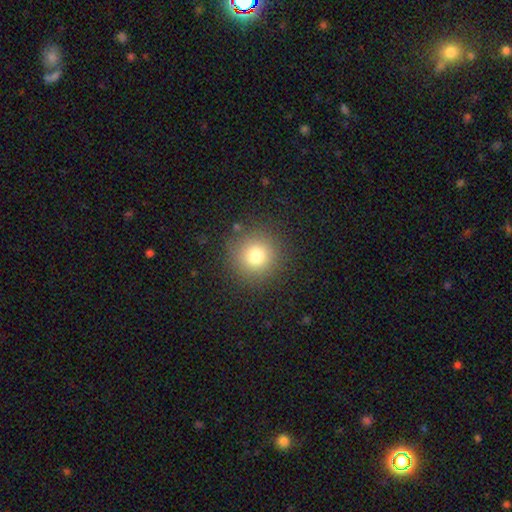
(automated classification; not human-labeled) Q: Smooth or featured?
A: smooth (77%); runner-up: star or artifact (14%)
Q: How rounded?
A: round (95%); runner-up: in between (4%)
Q: Merging?
A: none (88%); runner-up: minor disturbance (7%)